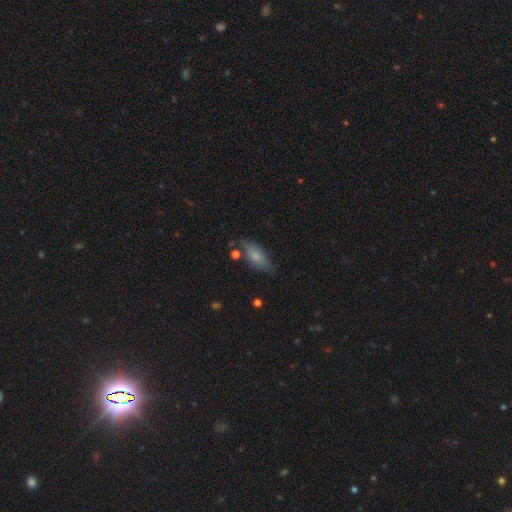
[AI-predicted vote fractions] A smooth galaxy with no disk features (70%) that is in between round and cigar-shaped (79%). Merging: none (65%).